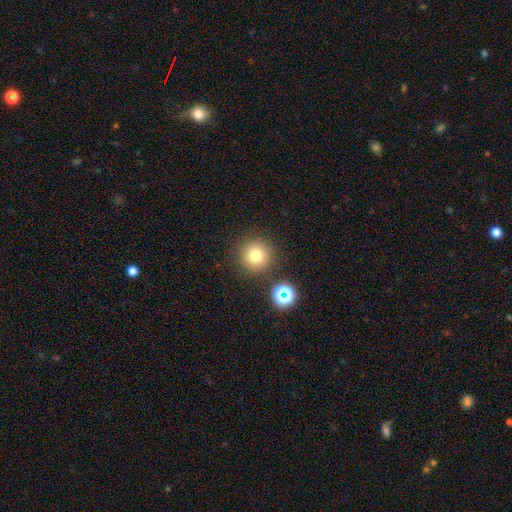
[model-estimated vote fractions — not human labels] A smooth galaxy with no disk features (76%) that is round (95%).

Vote fractions:
- Smooth or featured? smooth: 76% / star or artifact: 16% / featured or disk: 9%
- How rounded? round: 95% / in between: 4% / cigar-shaped: 1%
- Merging? none: 85% / minor disturbance: 7% / merger: 5% / major disturbance: 3%